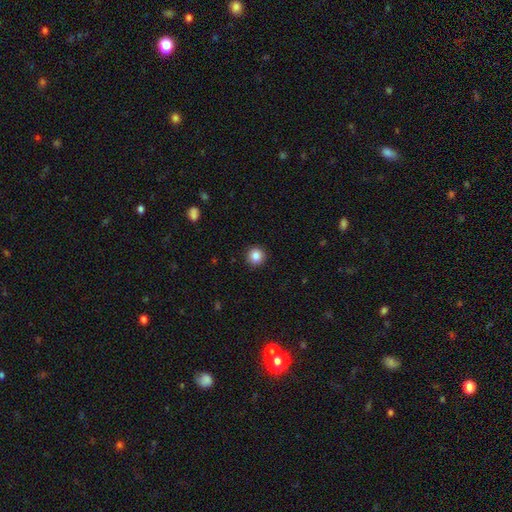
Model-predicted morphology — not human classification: smooth-or-featured: smooth: 86% | star or artifact: 10% | featured or disk: 5%
  how-rounded: round: 93% | in between: 6% | cigar-shaped: 1%
  merging: none: 92% | minor disturbance: 6% | major disturbance: 2% | merger: 1%